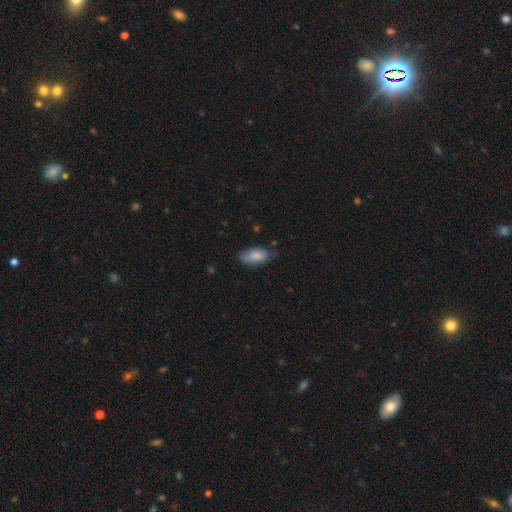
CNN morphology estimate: Smooth or featured? smooth (82%)
How rounded? in between (90%)
Merging? none (68%)